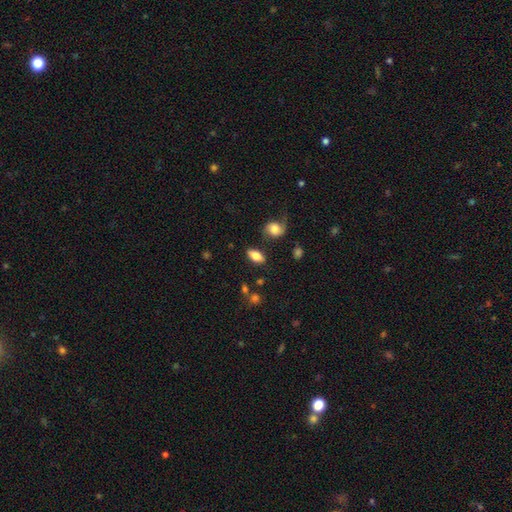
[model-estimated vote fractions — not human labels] Smooth or featured: smooth — 78% (featured or disk — 15%)
How rounded: in between — 89% (round — 6%)
Merging: none — 80% (minor disturbance — 12%)